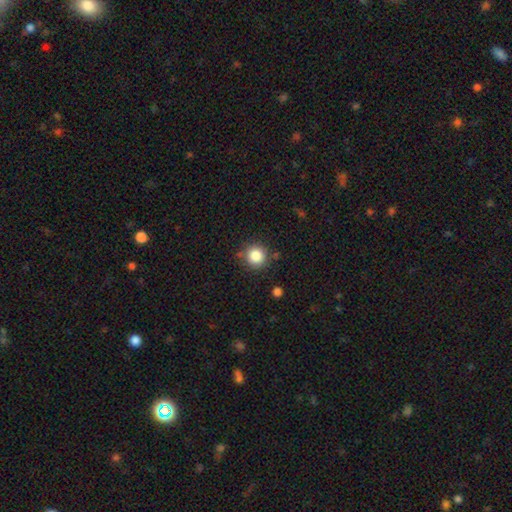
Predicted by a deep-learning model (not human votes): Smooth or featured: smooth — 85% (star or artifact — 10%)
How rounded: round — 93% (in between — 6%)
Merging: none — 84% (minor disturbance — 9%)